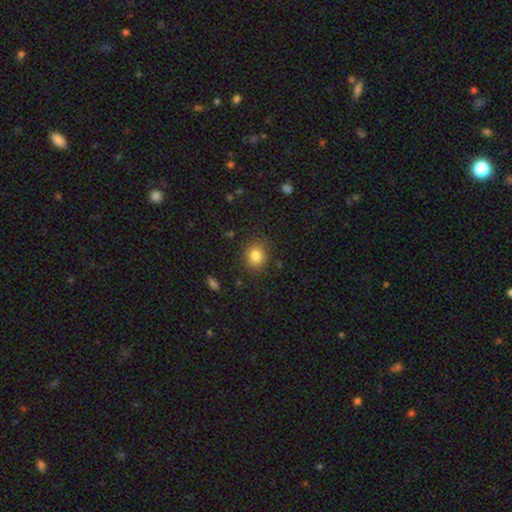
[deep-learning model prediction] A smooth galaxy with no disk features (82%) that is round (77%).

Vote fractions:
- Smooth or featured? smooth: 82% / star or artifact: 11% / featured or disk: 7%
- How rounded? round: 77% / in between: 22% / cigar-shaped: 1%
- Merging? none: 86% / minor disturbance: 10% / major disturbance: 3% / merger: 1%